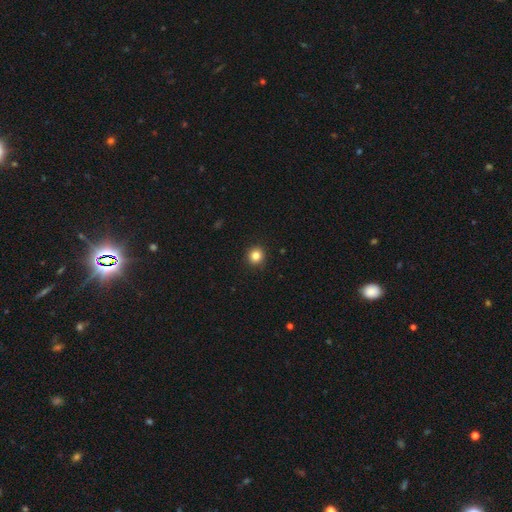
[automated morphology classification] type=smooth (84%); roundness=round (92%); merging=none (93%).